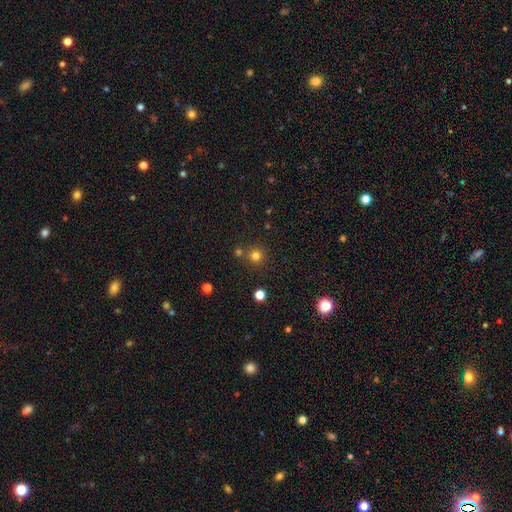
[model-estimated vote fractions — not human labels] Smooth or featured? smooth (77%)
How rounded? round (94%)
Merging? none (78%)